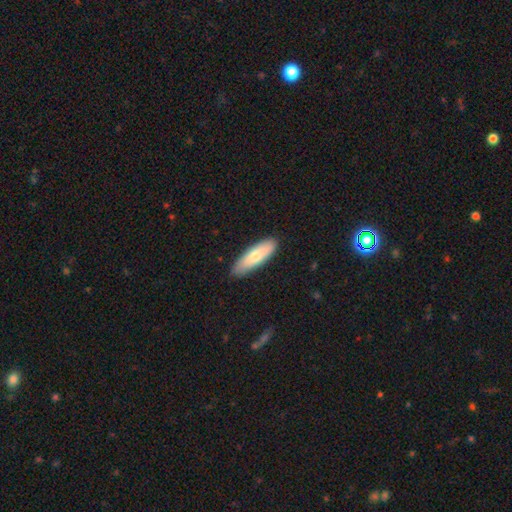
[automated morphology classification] Smooth or featured? smooth (75%)
How rounded? cigar-shaped (54%)
Merging? none (87%)